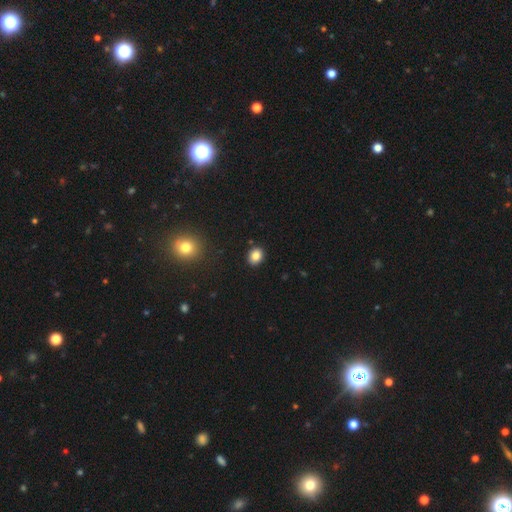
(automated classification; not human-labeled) A smooth galaxy with no disk features (84%) that is round (53%). Merging: none (89%).